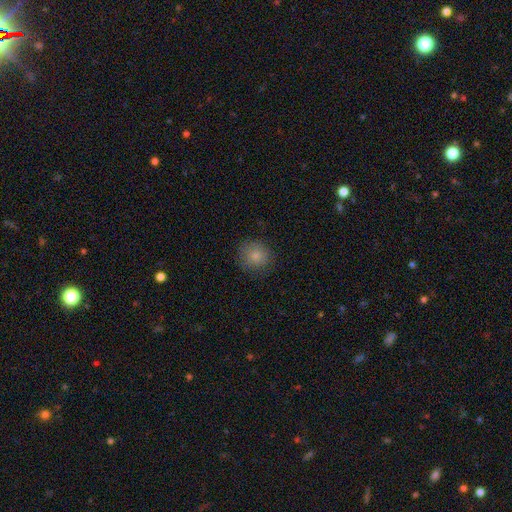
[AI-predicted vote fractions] Smooth or featured? smooth (82%)
How rounded? round (88%)
Merging? none (82%)